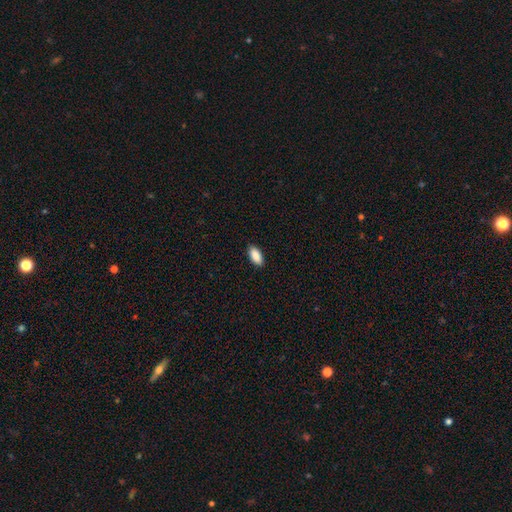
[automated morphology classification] Smooth or featured? Predicted: smooth (p=0.90). How rounded? Predicted: in between (p=0.89). Merging? Predicted: none (p=0.89).